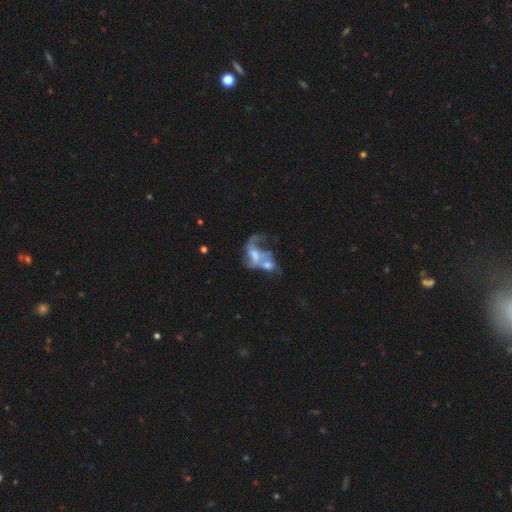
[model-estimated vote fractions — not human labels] The model was most divided on "bulge size": moderate: 36%, none: 29%, small: 21%, large: 12%, dominant: 2%. More confident: edge-on disk — no (97%); bar — no (65%); merging — merger (62%); spiral arms — no (59%); smooth or featured — featured or disk (58%).